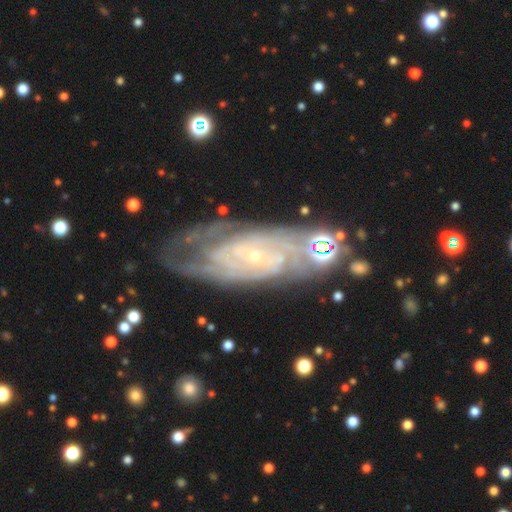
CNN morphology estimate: smooth-or-featured: featured or disk: 84% | smooth: 9% | star or artifact: 7%
  disk-edge-on: no: 91% | yes: 9%
    bar: no: 63% | weak: 27% | strong: 11%
    has-spiral-arms: yes: 93% | no: 7%
      spiral-winding: tight: 70% | medium: 24% | loose: 6%
      spiral-arm-count: can't tell: 41% | 2: 21% | 3: 13% | 4: 12% | more than 4: 7% | 1: 5%
    bulge-size: small: 84% | moderate: 12% | none: 2% | large: 1% | dominant: 1%
  merging: none: 66% | minor disturbance: 20% | major disturbance: 8% | merger: 6%